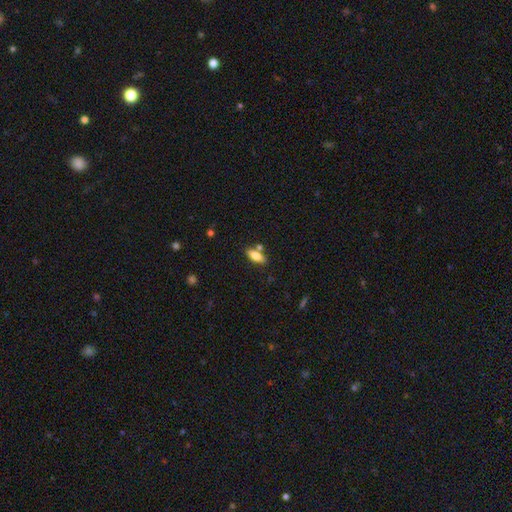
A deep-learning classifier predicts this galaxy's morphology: Overall: smooth (74%). How rounded: in between (74%). Merging: none (74%).